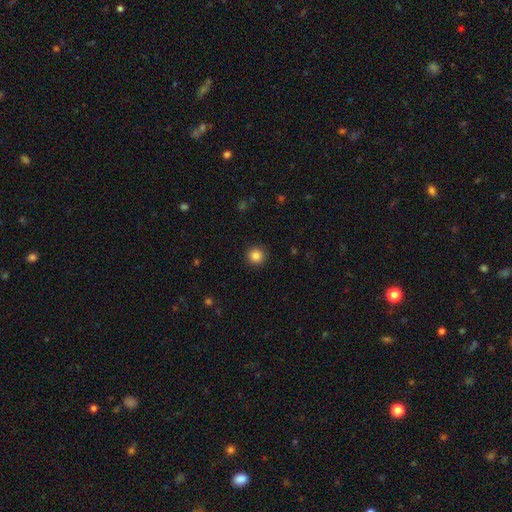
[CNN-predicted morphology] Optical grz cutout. It shows a smooth galaxy with no disk features (85%) that is round (94%). Merging: none (92%).